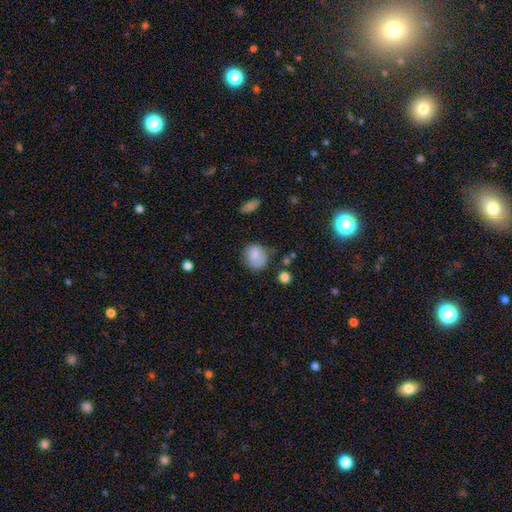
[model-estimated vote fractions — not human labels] Morphology: type=smooth (78%); roundness=round (63%); merging=none (61%).